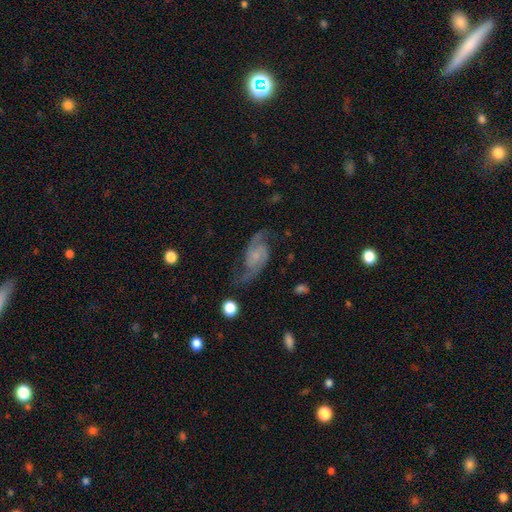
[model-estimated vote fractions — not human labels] This appears to be a featured or disk galaxy (86%) with no bar (57%), 2 (93%) medium (47%) spiral arms (97%) and a small central bulge (51%). Merging: none (71%).